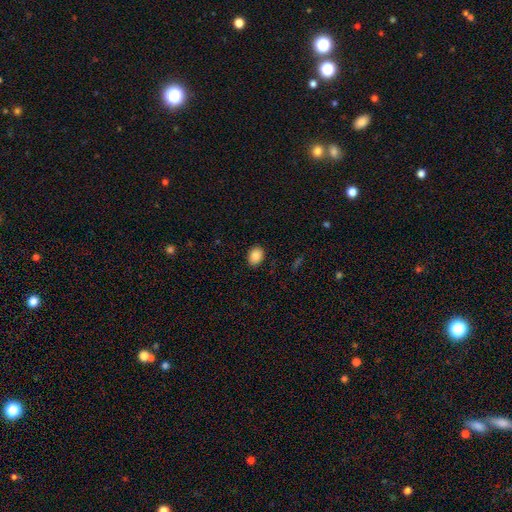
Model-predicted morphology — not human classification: type=smooth (88%); roundness=in between (69%); merging=none (87%).